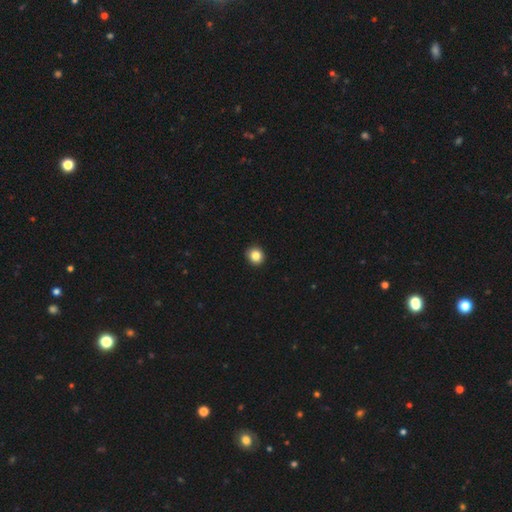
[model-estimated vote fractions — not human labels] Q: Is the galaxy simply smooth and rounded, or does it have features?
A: smooth — 84%.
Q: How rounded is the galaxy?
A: round — 88%.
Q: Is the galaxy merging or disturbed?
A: none — 93%.